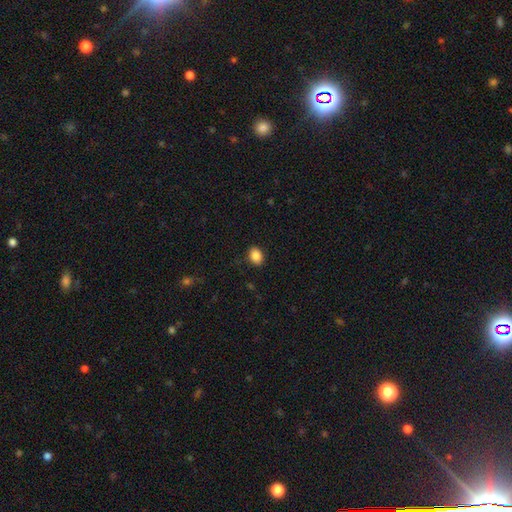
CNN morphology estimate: Smooth or featured? Predicted: smooth (p=0.86). How rounded? Predicted: in between (p=0.68). Merging? Predicted: none (p=0.88).